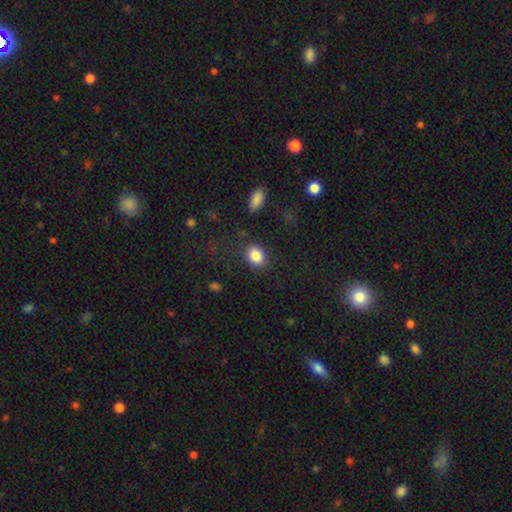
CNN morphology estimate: Q: Smooth or featured?
A: smooth (85%); runner-up: star or artifact (9%)
Q: How rounded?
A: in between (60%); runner-up: round (39%)
Q: Merging?
A: none (82%); runner-up: minor disturbance (11%)